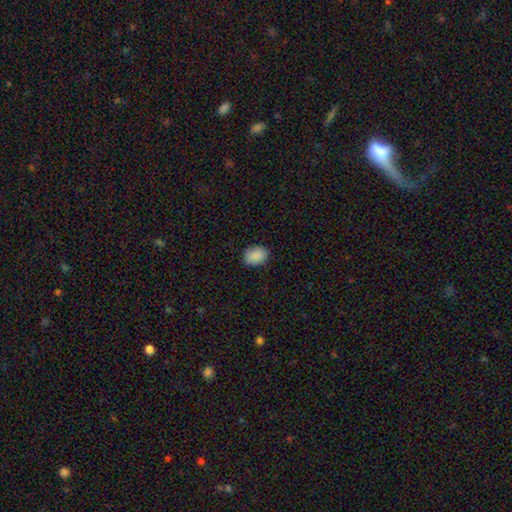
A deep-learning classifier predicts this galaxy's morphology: Smooth or featured?
  - smooth: 89% *
  - star or artifact: 8%
  - featured or disk: 3%
How rounded?
  - in between: 73% *
  - round: 26%
  - cigar-shaped: 1%
Merging?
  - none: 86% *
  - minor disturbance: 11%
  - major disturbance: 2%
  - merger: 1%